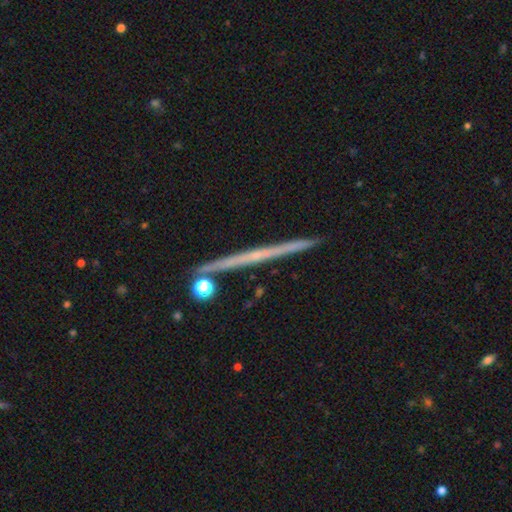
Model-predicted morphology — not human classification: Q: Smooth or featured?
A: featured or disk (64%); runner-up: smooth (27%)
Q: Edge-on disk?
A: yes (97%); runner-up: no (3%)
Q: Edge-on bulge?
A: none (85%); runner-up: rounded (12%)
Q: Merging?
A: none (90%); runner-up: minor disturbance (6%)